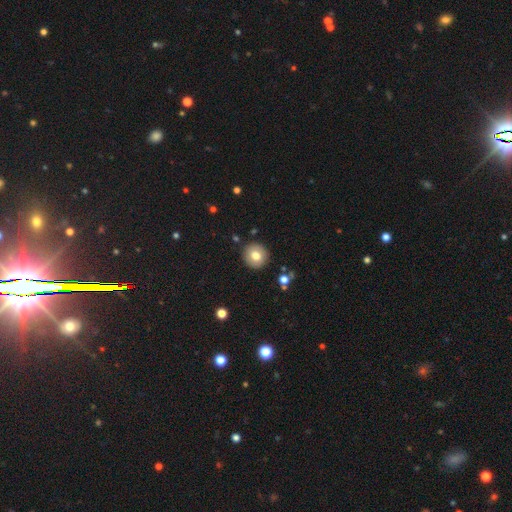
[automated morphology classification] A smooth galaxy with no disk features (77%) that is round (91%).

Vote fractions:
- Smooth or featured? smooth: 77% / featured or disk: 14% / star or artifact: 9%
- How rounded? round: 91% / in between: 8% / cigar-shaped: 1%
- Merging? none: 90% / minor disturbance: 6% / major disturbance: 2% / merger: 2%